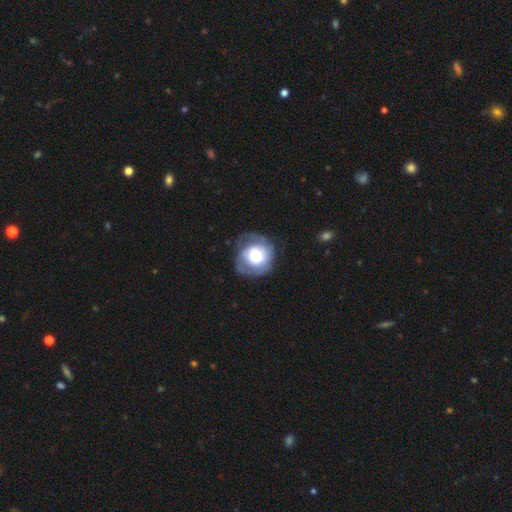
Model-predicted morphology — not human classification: Smooth or featured? featured or disk (50%)
Edge-on disk? no (97%)
Merging? none (61%)